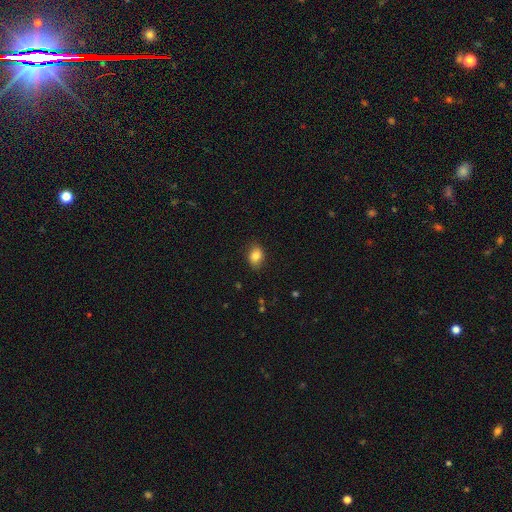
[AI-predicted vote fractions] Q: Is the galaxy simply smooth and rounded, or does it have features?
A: smooth — 84%.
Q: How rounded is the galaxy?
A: in between — 70%.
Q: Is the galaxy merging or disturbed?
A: none — 83%.